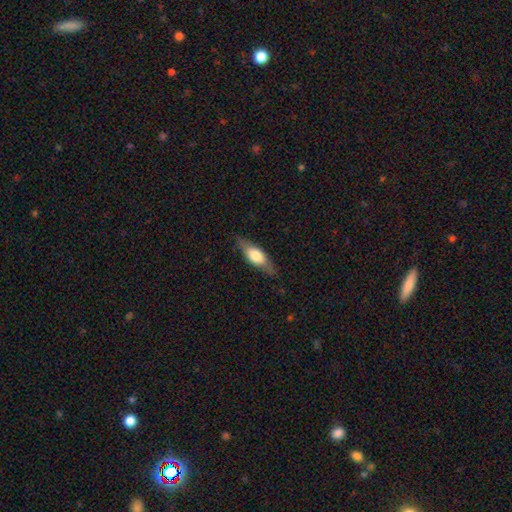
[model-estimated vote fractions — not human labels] Morphology: type=smooth (55%); roundness=in between (58%); merging=none (82%).